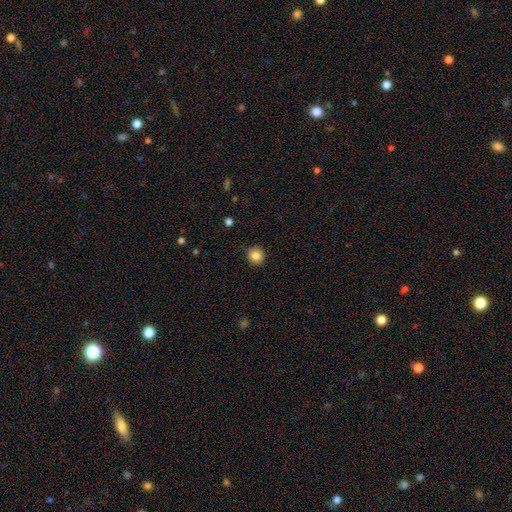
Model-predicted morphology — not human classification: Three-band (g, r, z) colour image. It shows a smooth galaxy with no disk features (84%) that is round (91%). Merging: none (89%).